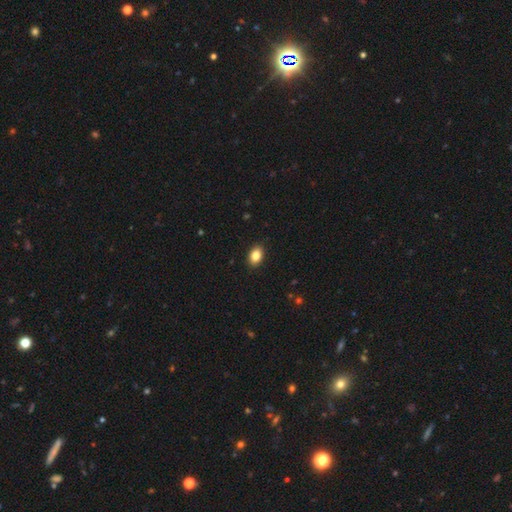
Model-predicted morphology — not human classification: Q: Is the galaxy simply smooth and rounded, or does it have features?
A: smooth — 85%.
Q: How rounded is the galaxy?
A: in between — 82%.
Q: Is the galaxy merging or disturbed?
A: none — 90%.